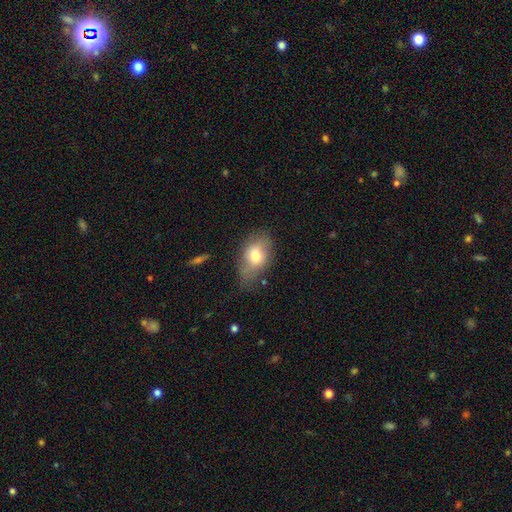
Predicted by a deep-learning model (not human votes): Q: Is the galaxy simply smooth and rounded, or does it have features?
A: smooth — 71%.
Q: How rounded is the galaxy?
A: in between — 83%.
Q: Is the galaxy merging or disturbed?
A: none — 55%.